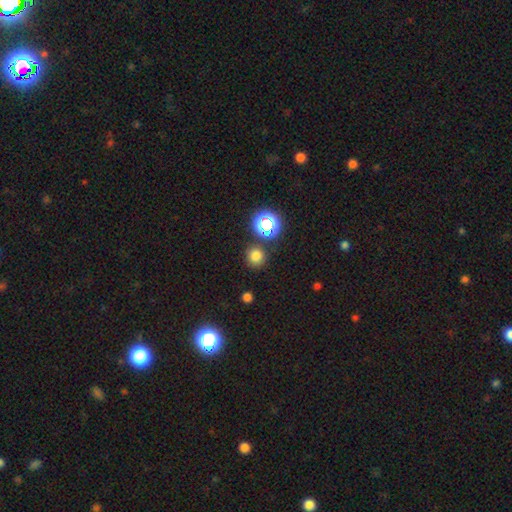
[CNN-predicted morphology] This appears to be a smooth galaxy with no disk features (74%) that is round (92%). Merging: none (86%).